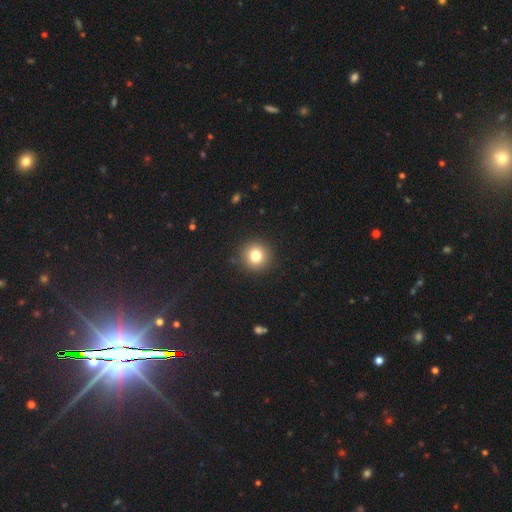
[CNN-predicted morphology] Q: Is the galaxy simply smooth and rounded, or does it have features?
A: smooth — 80%.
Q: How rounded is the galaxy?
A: round — 94%.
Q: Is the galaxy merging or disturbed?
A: none — 91%.